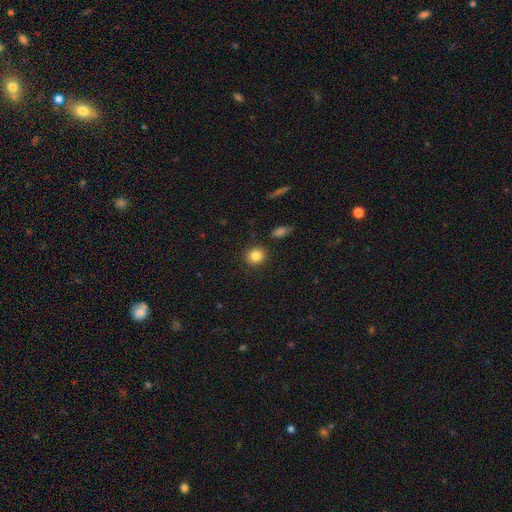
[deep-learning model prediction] Smooth or featured? smooth (84%)
How rounded? round (84%)
Merging? none (89%)